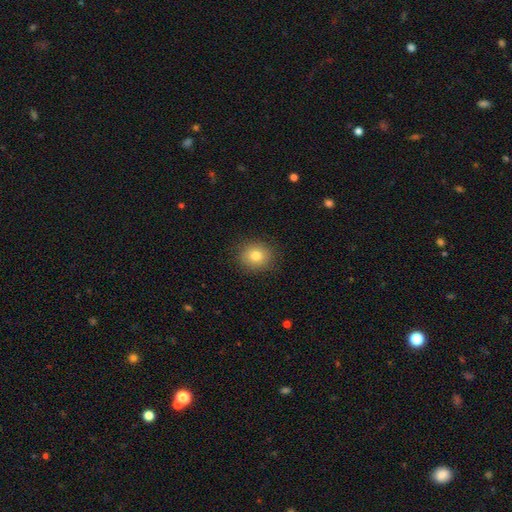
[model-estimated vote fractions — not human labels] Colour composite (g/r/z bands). It shows a smooth galaxy with no disk features (80%) that is round (81%). Merging: none (88%).